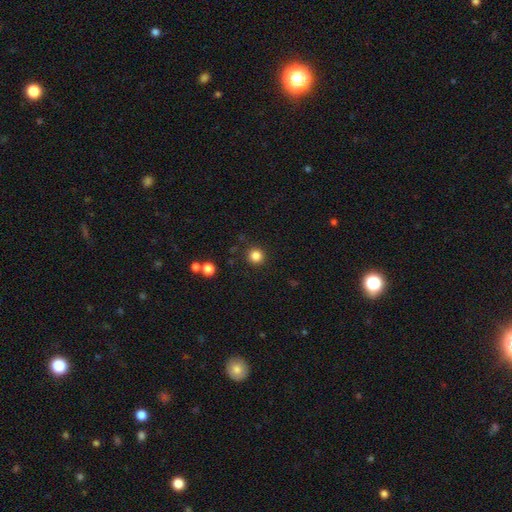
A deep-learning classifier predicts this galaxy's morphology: smooth-or-featured: smooth: 84% | star or artifact: 12% | featured or disk: 4%
  how-rounded: round: 94% | in between: 5% | cigar-shaped: 1%
  merging: none: 89% | minor disturbance: 6% | major disturbance: 2% | merger: 2%